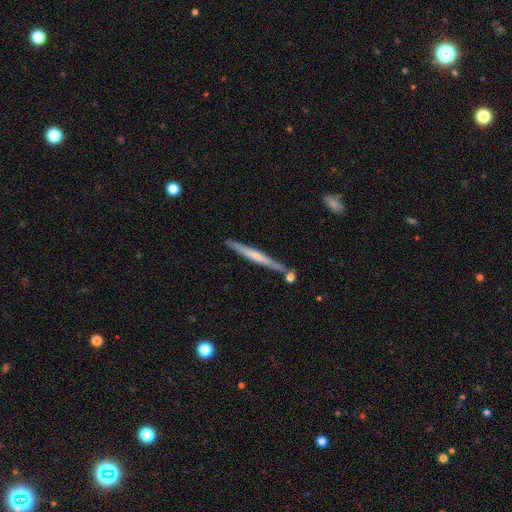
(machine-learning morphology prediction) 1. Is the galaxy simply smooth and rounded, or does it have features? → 54% featured or disk, 41% smooth, 6% star or artifact.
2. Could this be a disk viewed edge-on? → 97% yes, 3% no.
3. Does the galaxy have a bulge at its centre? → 62% none, 27% rounded, 11% boxy.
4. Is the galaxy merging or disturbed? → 84% none, 9% minor disturbance, 5% merger, 2% major disturbance.